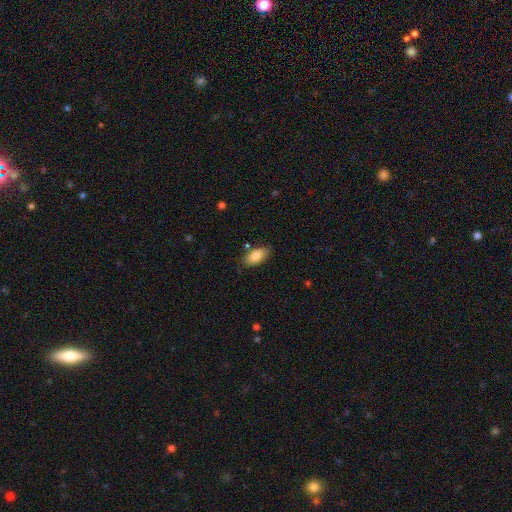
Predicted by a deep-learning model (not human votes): A smooth galaxy with no disk features (85%) that is in between round and cigar-shaped (93%).

Vote fractions:
- Smooth or featured? smooth: 85% / featured or disk: 8% / star or artifact: 7%
- How rounded? in between: 93% / cigar-shaped: 4% / round: 3%
- Merging? none: 82% / minor disturbance: 12% / merger: 3% / major disturbance: 3%